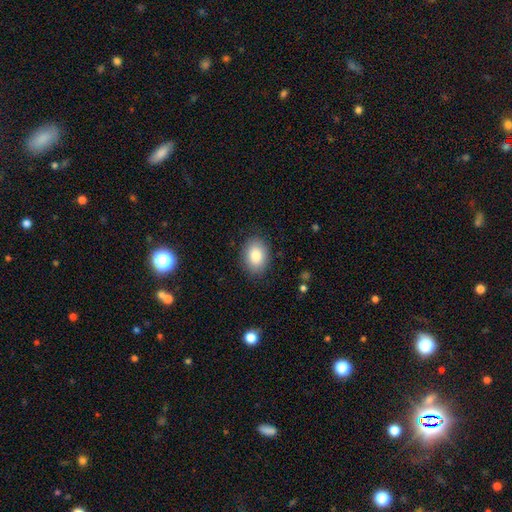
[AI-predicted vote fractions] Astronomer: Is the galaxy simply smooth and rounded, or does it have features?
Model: smooth — 86%.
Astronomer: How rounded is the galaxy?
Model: in between — 79%.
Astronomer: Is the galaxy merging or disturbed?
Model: none — 86%.